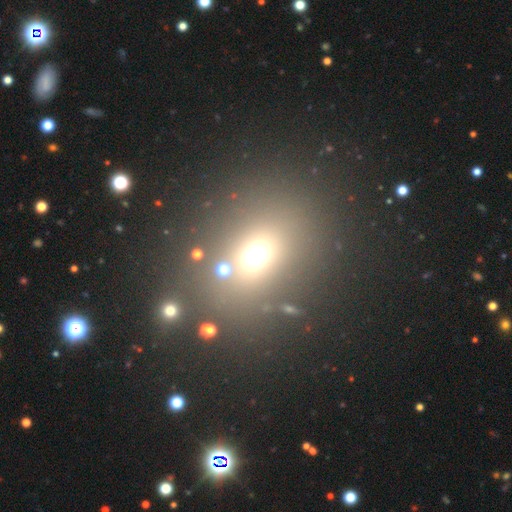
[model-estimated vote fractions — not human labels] smooth_or_featured: smooth (p=0.61) [alt: star or artifact p=0.29]
how_rounded: round (p=0.56) [alt: in between p=0.42]
merging: none (p=0.74) [alt: minor disturbance p=0.10]